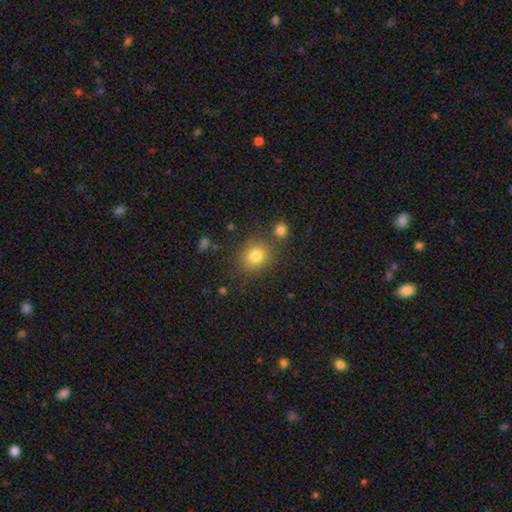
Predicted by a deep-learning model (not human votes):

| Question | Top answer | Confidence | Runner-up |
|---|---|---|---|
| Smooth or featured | smooth | 80% | star or artifact (12%) |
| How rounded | round | 76% | in between (23%) |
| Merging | none | 78% | minor disturbance (11%) |